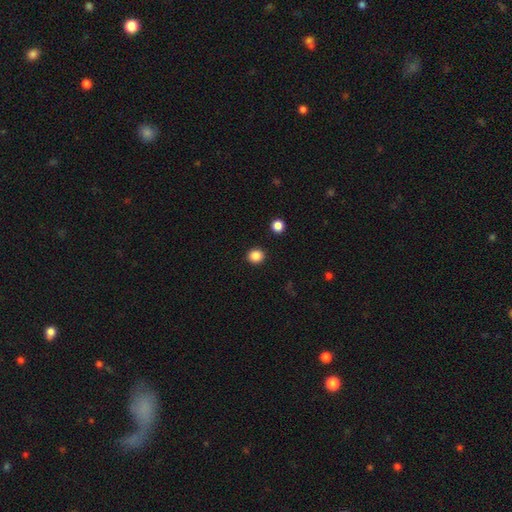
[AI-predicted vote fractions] A smooth galaxy with no disk features (86%) that is round (84%). Merging: none (92%).